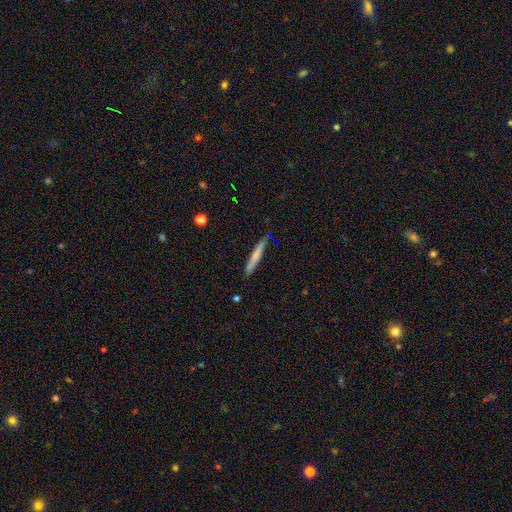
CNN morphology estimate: Smooth or featured?
  - smooth: 69% *
  - featured or disk: 25%
  - star or artifact: 6%
How rounded?
  - cigar-shaped: 95% *
  - in between: 3%
  - round: 1%
Merging?
  - none: 86% *
  - minor disturbance: 11%
  - major disturbance: 2%
  - merger: 2%